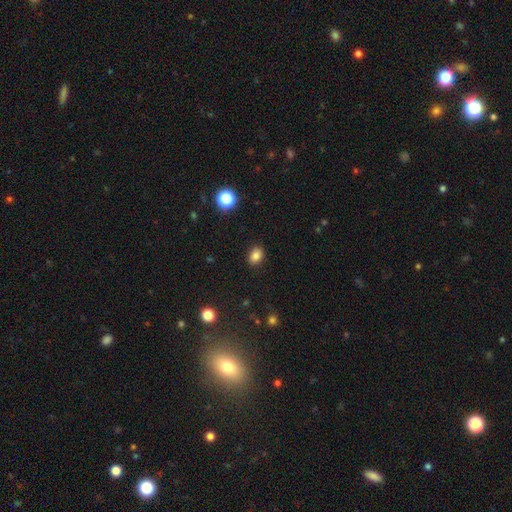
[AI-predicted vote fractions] Morphology: type=smooth (82%); roundness=in between (64%); merging=none (88%).